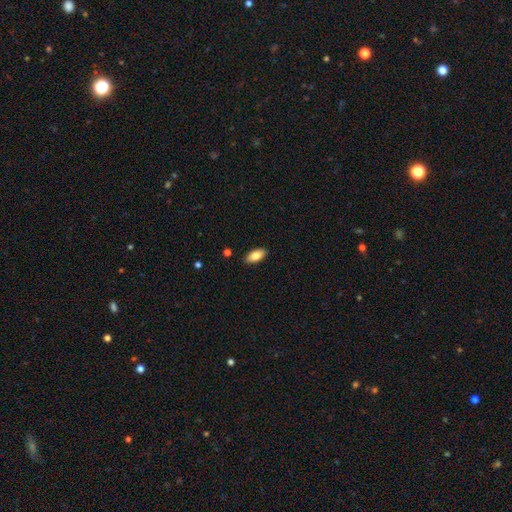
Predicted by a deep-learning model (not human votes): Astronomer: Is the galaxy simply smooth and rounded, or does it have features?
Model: smooth — 84%.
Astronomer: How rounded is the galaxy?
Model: in between — 90%.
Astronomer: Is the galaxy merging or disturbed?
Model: none — 89%.